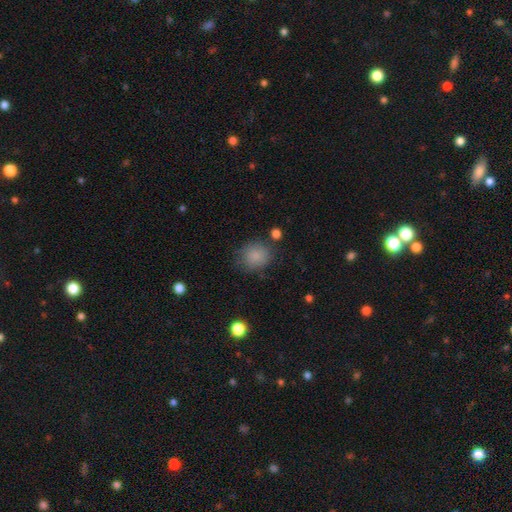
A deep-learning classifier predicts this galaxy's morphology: smooth 84%, star or artifact 10%, featured or disk 6%. Down the decision tree: how rounded — round (80%); merging — none (75%).